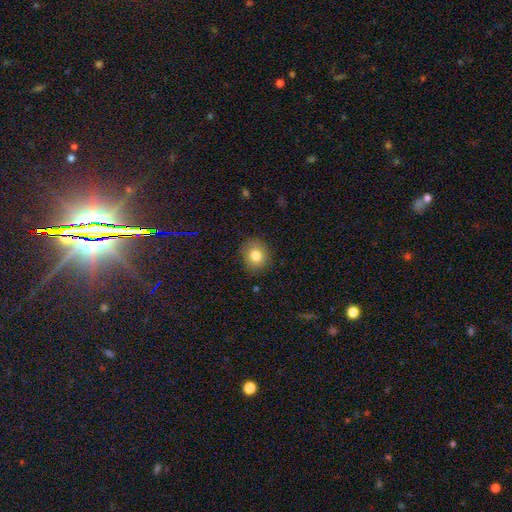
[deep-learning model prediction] Smooth or featured: smooth — 80% (star or artifact — 11%)
How rounded: round — 74% (in between — 26%)
Merging: none — 84% (minor disturbance — 12%)